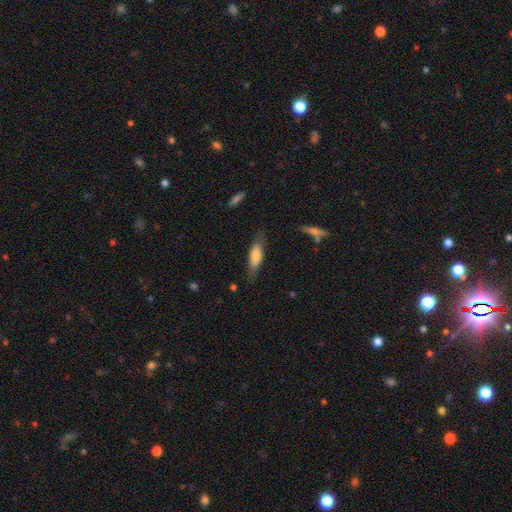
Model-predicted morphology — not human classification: smooth_or_featured: smooth (p=0.71) [alt: featured or disk p=0.23]
how_rounded: cigar-shaped (p=0.53) [alt: in between p=0.45]
merging: none (p=0.75) [alt: minor disturbance p=0.18]